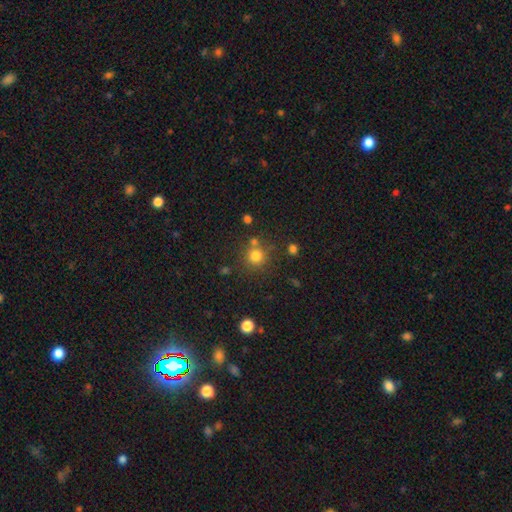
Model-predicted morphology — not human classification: This appears to be a smooth galaxy with no disk features (77%) that is round (92%). Merging: none (73%).